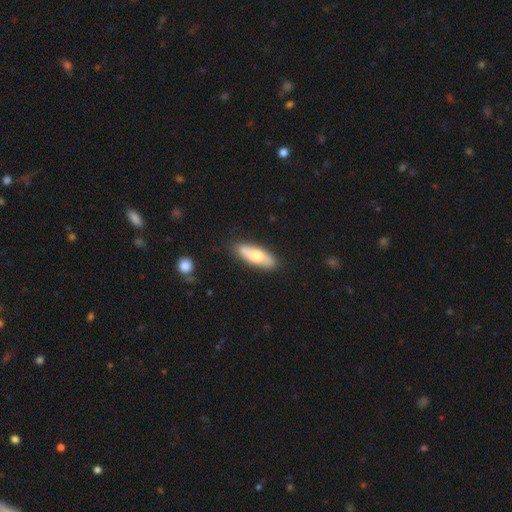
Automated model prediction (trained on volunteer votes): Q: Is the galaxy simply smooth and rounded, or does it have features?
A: smooth — 58%.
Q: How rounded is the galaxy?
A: in between — 65%.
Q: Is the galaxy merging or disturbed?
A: none — 84%.